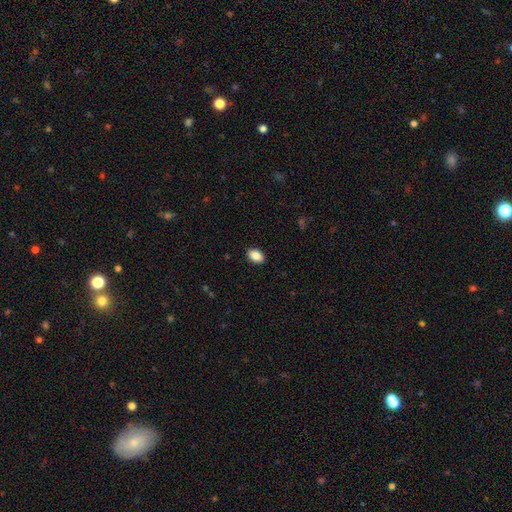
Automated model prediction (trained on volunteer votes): smooth_or_featured: smooth (p=0.88) [alt: star or artifact p=0.08]
how_rounded: in between (p=0.89) [alt: round p=0.10]
merging: none (p=0.90) [alt: minor disturbance p=0.07]